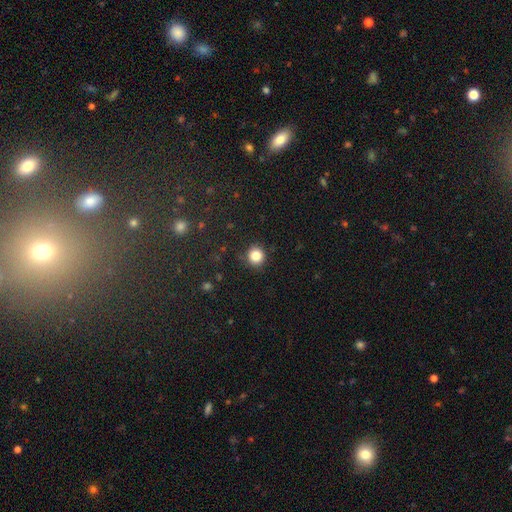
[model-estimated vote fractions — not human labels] smooth 84%, star or artifact 11%, featured or disk 5%. Down the decision tree: how rounded — round (92%); merging — none (90%).